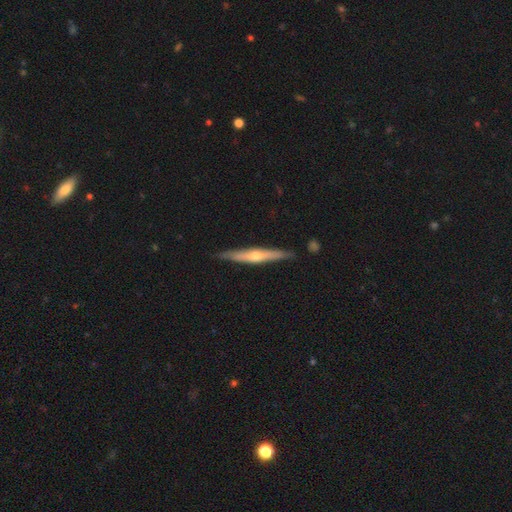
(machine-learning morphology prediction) This appears to be a featured or disk galaxy (65%) viewed edge-on (96%) with a rounded central bulge (81%). Merging: none (87%).